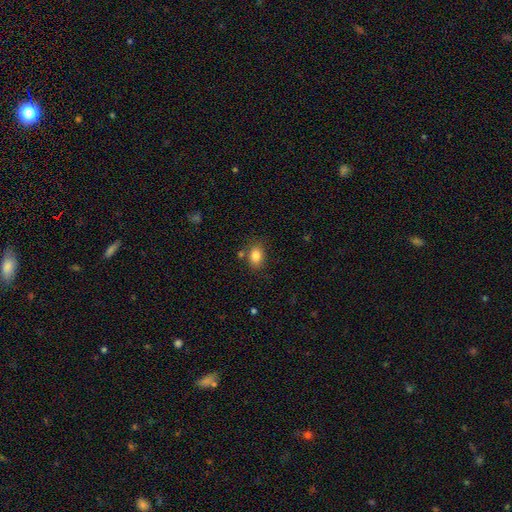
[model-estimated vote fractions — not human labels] A smooth galaxy with no disk features (83%) that is in between round and cigar-shaped (73%). Merging: none (76%).